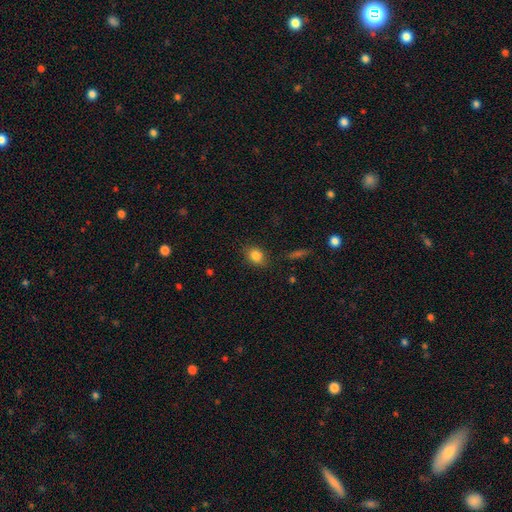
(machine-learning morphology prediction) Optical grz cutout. It shows a smooth galaxy with no disk features (82%) that is in between round and cigar-shaped (55%). Merging: none (82%).